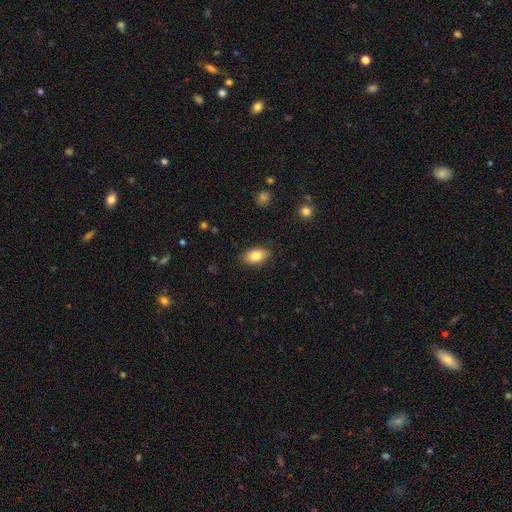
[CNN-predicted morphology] Smooth or featured? smooth (83%)
How rounded? in between (92%)
Merging? none (87%)